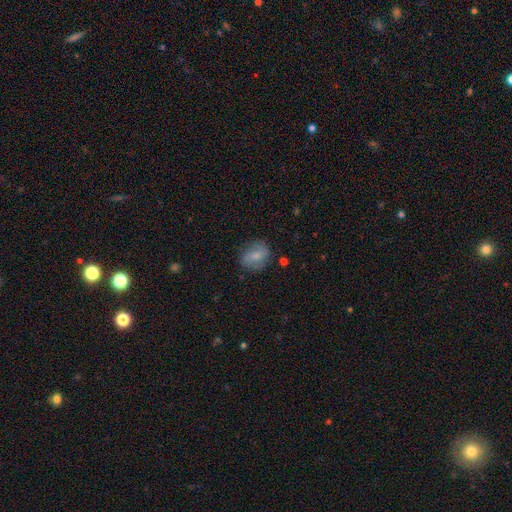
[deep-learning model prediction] Smooth or featured? smooth (64%)
How rounded? round (51%)
Merging? none (74%)